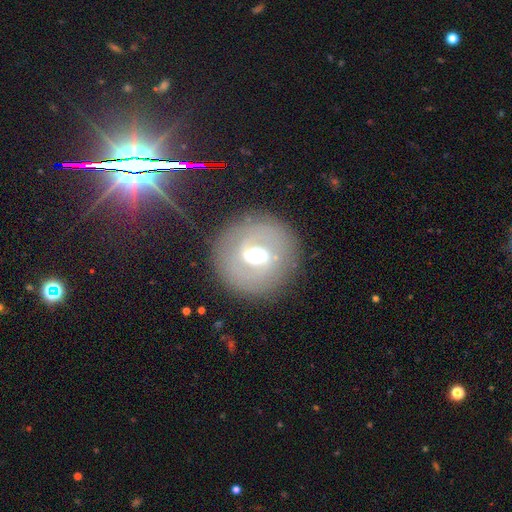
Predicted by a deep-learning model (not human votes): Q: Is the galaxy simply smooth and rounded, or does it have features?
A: featured or disk — 66%.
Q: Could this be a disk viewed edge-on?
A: no — 93%.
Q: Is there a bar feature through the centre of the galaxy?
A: weak — 47%.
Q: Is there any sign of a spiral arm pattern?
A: yes — 63%.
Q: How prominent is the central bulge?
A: moderate — 58%.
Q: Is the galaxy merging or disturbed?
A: none — 80%.